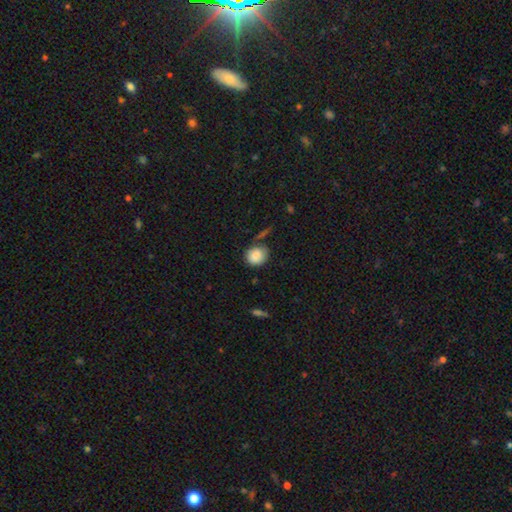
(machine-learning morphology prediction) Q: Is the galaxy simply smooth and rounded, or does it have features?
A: smooth — 87%.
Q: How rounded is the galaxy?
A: round — 77%.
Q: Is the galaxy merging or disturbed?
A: none — 63%.